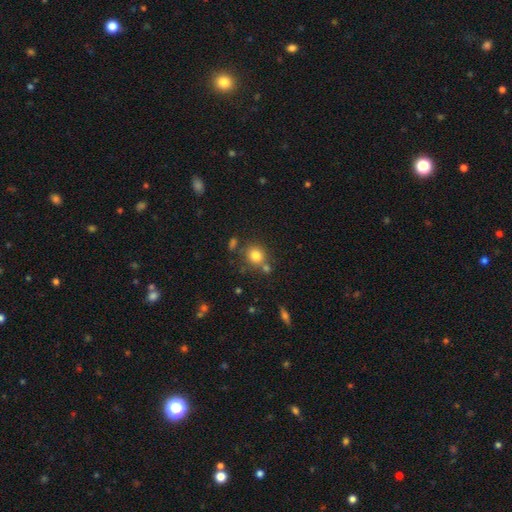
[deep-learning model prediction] Smooth or featured? smooth (81%)
How rounded? round (81%)
Merging? none (69%)